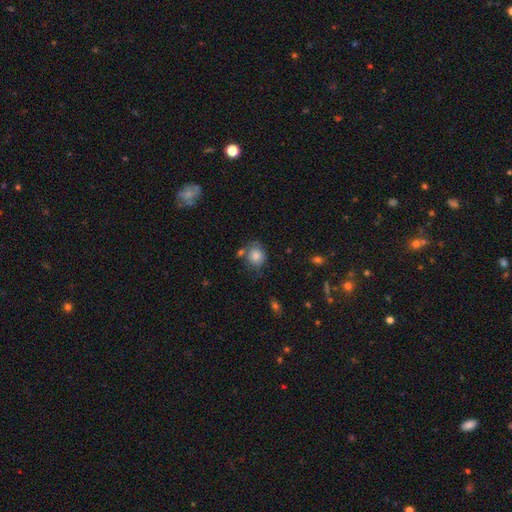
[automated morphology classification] Smooth or featured: smooth — 79% (featured or disk — 13%)
How rounded: round — 76% (in between — 23%)
Merging: none — 54% (minor disturbance — 25%)